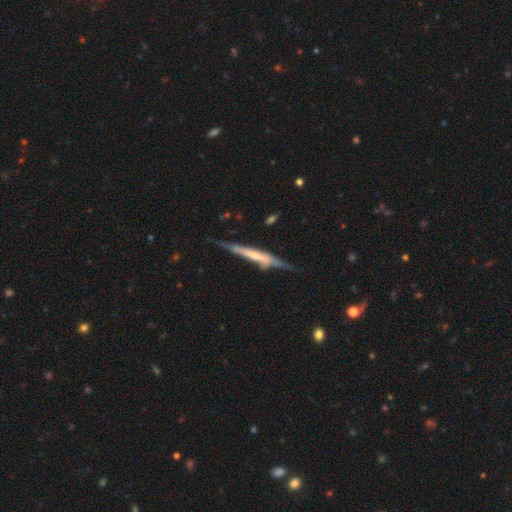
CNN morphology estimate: type=featured or disk (62%); edge-on=yes (92%); edge-on bulge=none (51%); merging=none (61%).